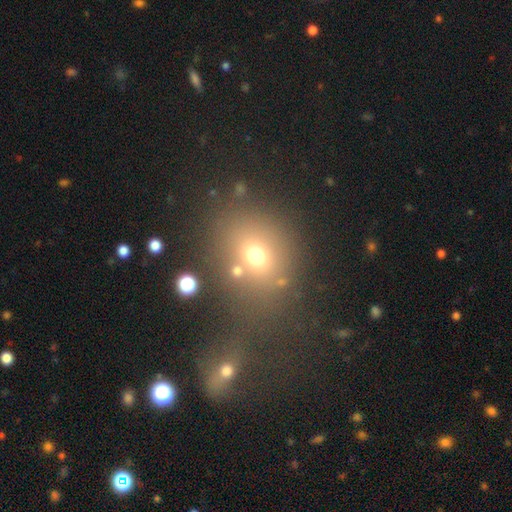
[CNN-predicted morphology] Q: Smooth or featured?
A: smooth (67%); runner-up: star or artifact (19%)
Q: How rounded?
A: round (64%); runner-up: in between (35%)
Q: Merging?
A: none (64%); runner-up: minor disturbance (13%)